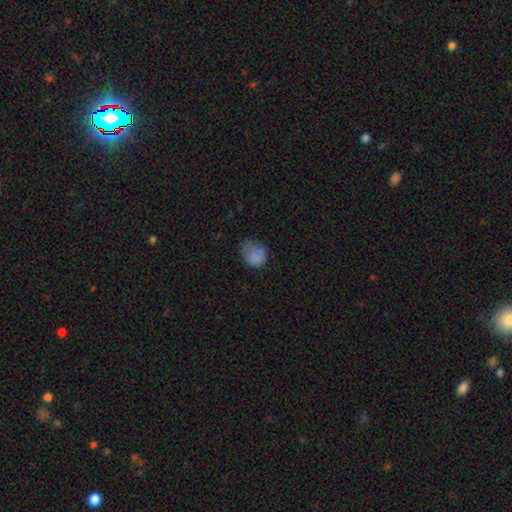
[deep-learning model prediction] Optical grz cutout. It shows a smooth galaxy with no disk features (76%) that is in between round and cigar-shaped (57%). Merging: minor disturbance (35%, tied with none).